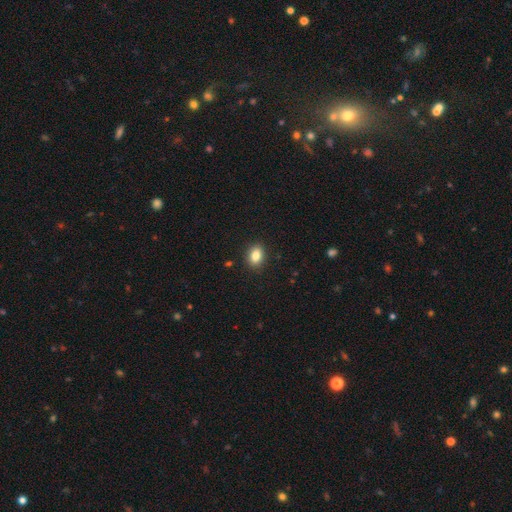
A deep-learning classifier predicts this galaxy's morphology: This appears to be a smooth galaxy with no disk features (85%) that is in between round and cigar-shaped (74%). Merging: none (89%).